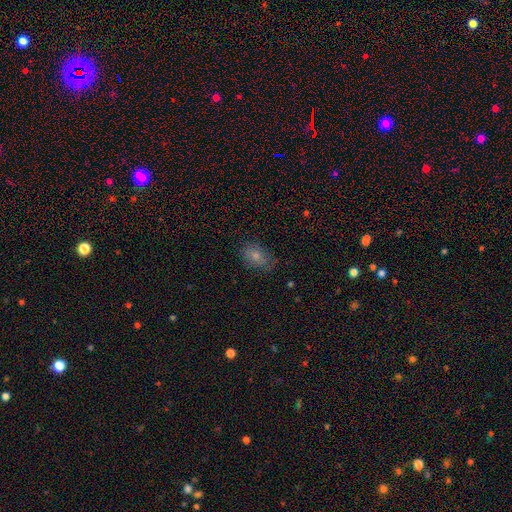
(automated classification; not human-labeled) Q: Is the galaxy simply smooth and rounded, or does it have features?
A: smooth — 75%.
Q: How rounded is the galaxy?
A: in between — 80%.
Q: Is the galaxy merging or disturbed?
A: none — 69%.